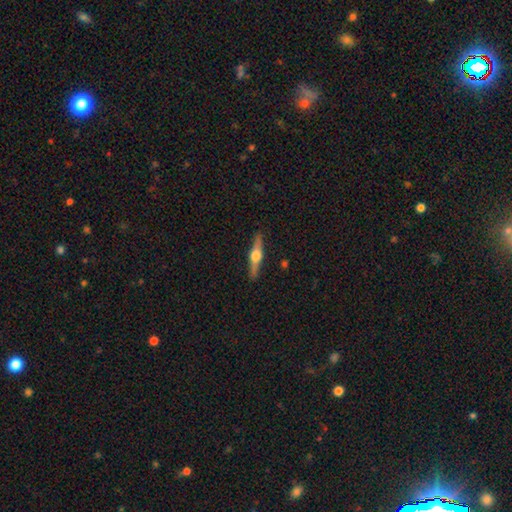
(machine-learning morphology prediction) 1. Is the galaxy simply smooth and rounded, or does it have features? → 73% featured or disk, 22% smooth, 5% star or artifact.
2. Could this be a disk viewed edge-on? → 98% yes, 2% no.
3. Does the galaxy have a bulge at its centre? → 96% rounded, 3% boxy, 1% none.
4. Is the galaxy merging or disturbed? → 91% none, 7% minor disturbance, 1% major disturbance, 1% merger.